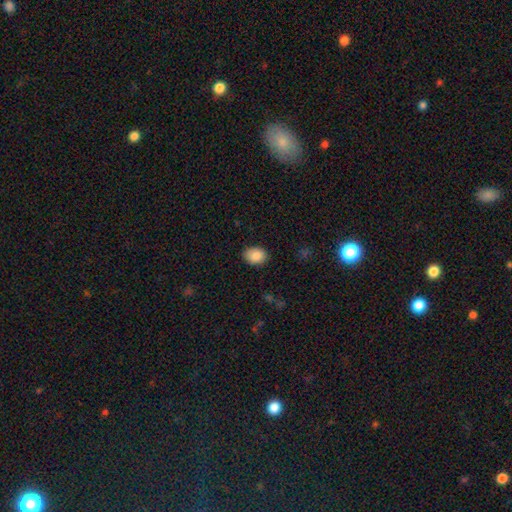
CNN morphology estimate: smooth 88%, star or artifact 8%, featured or disk 4%. Down the decision tree: how rounded — in between (66%); merging — none (85%).